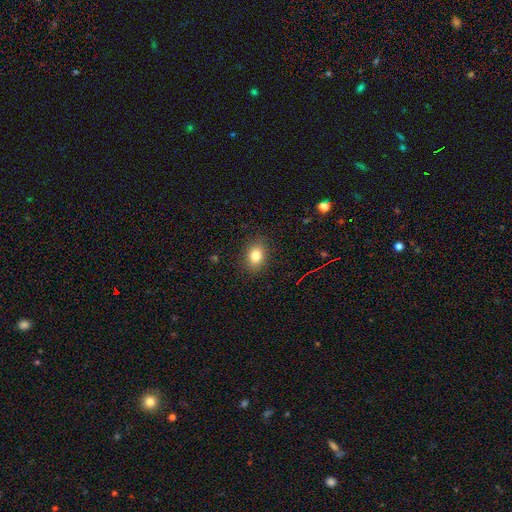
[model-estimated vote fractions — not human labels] Smooth or featured? Predicted: smooth (p=0.81). How rounded? Predicted: in between (p=0.69). Merging? Predicted: none (p=0.88).